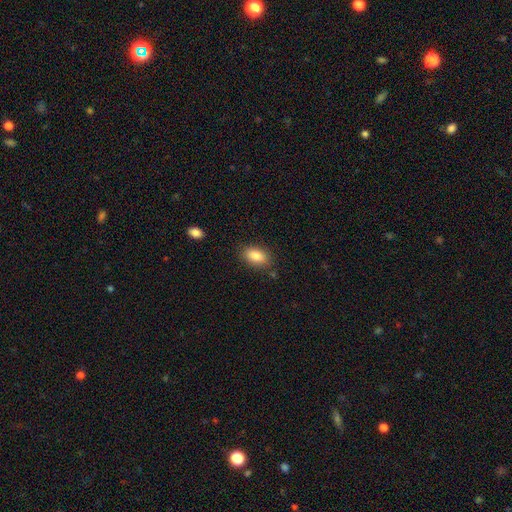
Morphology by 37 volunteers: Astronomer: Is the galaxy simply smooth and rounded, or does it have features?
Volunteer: smooth — 92%.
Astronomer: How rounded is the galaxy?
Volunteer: in between — 91%.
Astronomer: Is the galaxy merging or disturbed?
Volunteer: none — 91%.